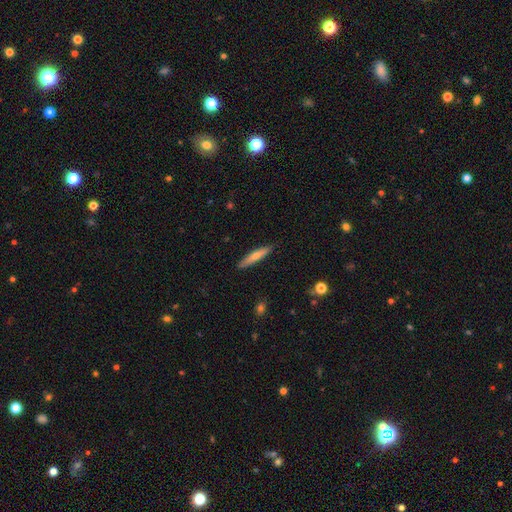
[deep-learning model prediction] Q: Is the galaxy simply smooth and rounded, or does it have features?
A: smooth — 49%.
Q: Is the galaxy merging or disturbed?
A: none — 90%.